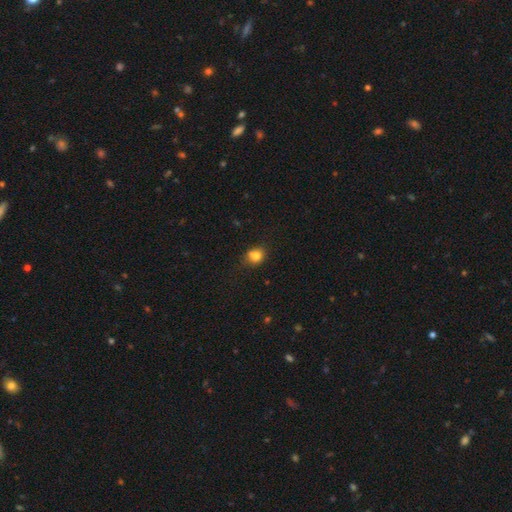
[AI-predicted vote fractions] A smooth galaxy with no disk features (79%) that is round (69%).

Vote fractions:
- Smooth or featured? smooth: 79% / star or artifact: 11% / featured or disk: 9%
- How rounded? round: 69% / in between: 30% / cigar-shaped: 1%
- Merging? none: 59% / minor disturbance: 24% / merger: 12% / major disturbance: 6%